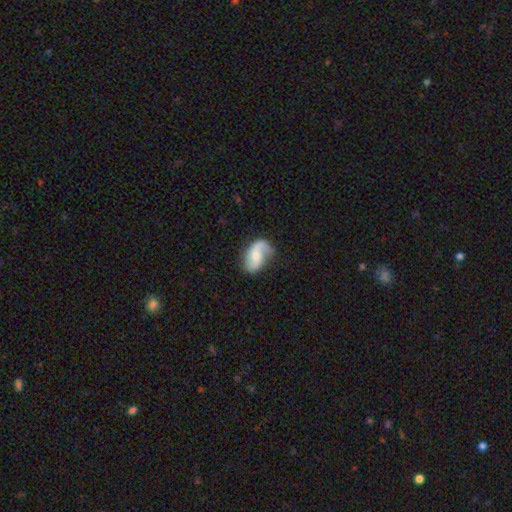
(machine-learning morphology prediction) The model was most divided on "bulge size": moderate: 49%, small: 42%, none: 4%, large: 3%, dominant: 1%. More confident: edge-on disk — no (98%); spiral arms — yes (95%); spiral arm count — 2 (86%); smooth or featured — featured or disk (79%); merging — none (72%); bar — no (57%); spiral winding — loose (54%).